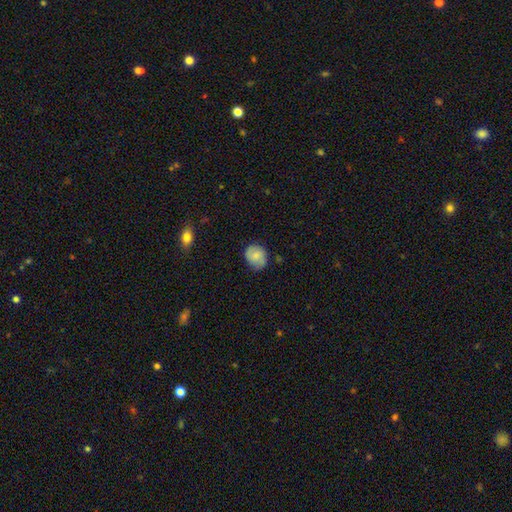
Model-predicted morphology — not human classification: This appears to be a smooth galaxy with no disk features (69%) that is round (65%). Merging: none (72%).